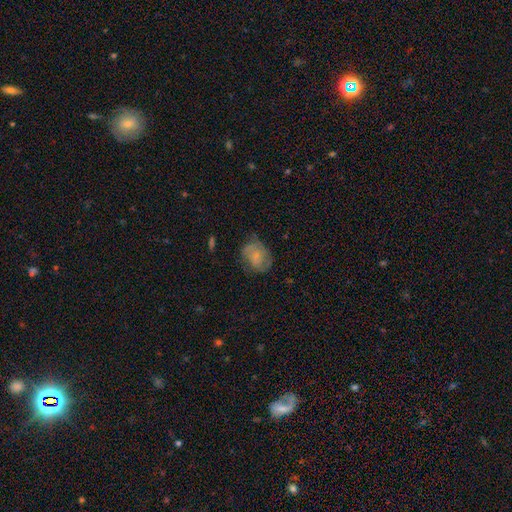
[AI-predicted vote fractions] Morphology: type=smooth (48%); merging=none (60%).